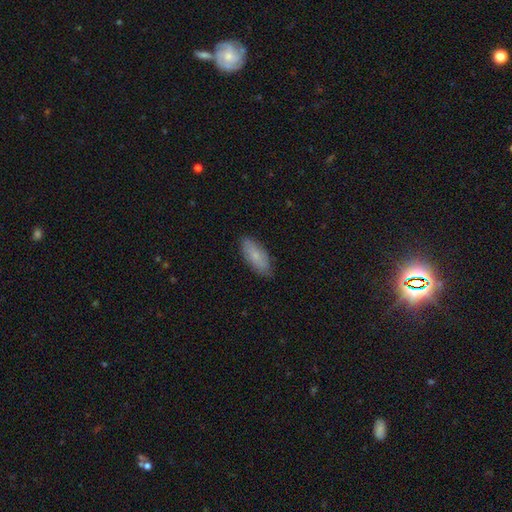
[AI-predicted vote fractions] A smooth galaxy with no disk features (76%) that is in between round and cigar-shaped (79%).

Vote fractions:
- Smooth or featured? smooth: 76% / featured or disk: 18% / star or artifact: 6%
- How rounded? in between: 79% / cigar-shaped: 19% / round: 2%
- Merging? none: 83% / minor disturbance: 13% / major disturbance: 2% / merger: 1%